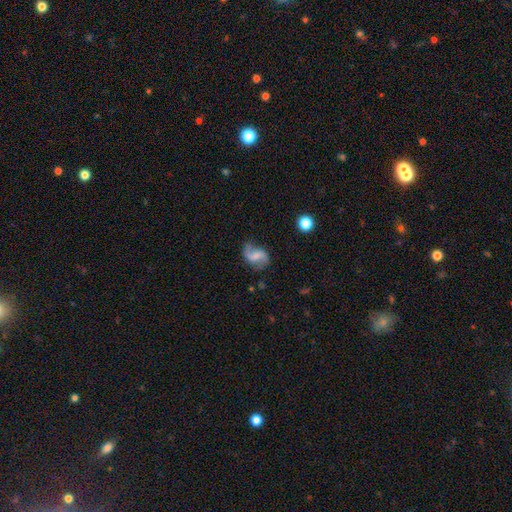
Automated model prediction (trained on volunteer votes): Morphology: type=featured or disk (77%); edge-on=no (98%); bar=weak (48%); spiral arms=yes (95%); winding=loose (68%); arm count=2 (91%); bulge=none (41%); merging=none (73%).